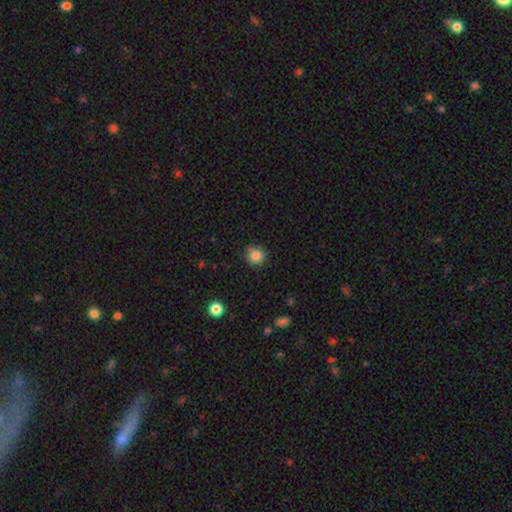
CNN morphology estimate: This appears to be a smooth galaxy with no disk features (85%) that is round (89%). Merging: none (86%).